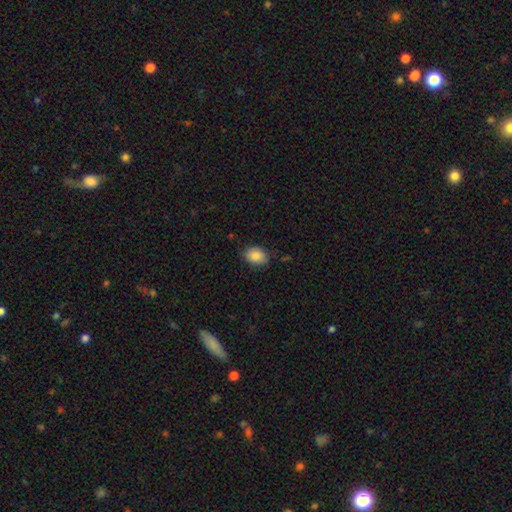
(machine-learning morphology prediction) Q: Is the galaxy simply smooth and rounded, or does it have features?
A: smooth — 87%.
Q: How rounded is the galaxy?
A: in between — 70%.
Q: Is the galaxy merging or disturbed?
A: none — 81%.